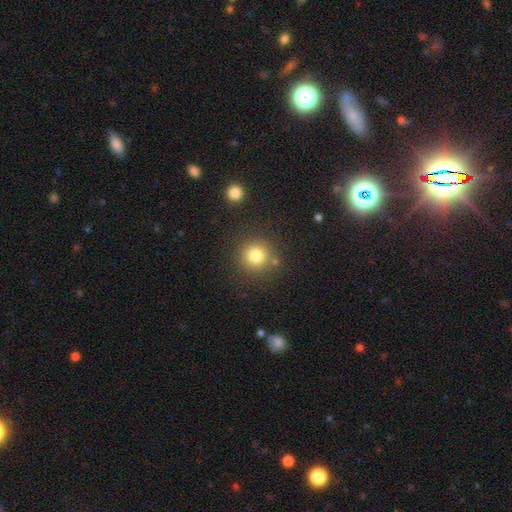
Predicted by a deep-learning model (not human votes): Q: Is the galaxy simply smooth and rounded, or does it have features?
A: smooth — 80%.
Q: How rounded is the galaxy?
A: round — 94%.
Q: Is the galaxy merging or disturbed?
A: none — 84%.